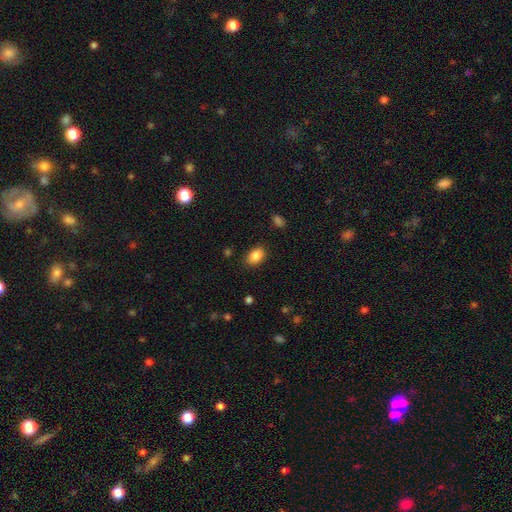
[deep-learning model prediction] Smooth or featured?
  - smooth: 87% *
  - star or artifact: 8%
  - featured or disk: 5%
How rounded?
  - in between: 82% *
  - round: 16%
  - cigar-shaped: 1%
Merging?
  - none: 85% *
  - minor disturbance: 11%
  - major disturbance: 3%
  - merger: 1%